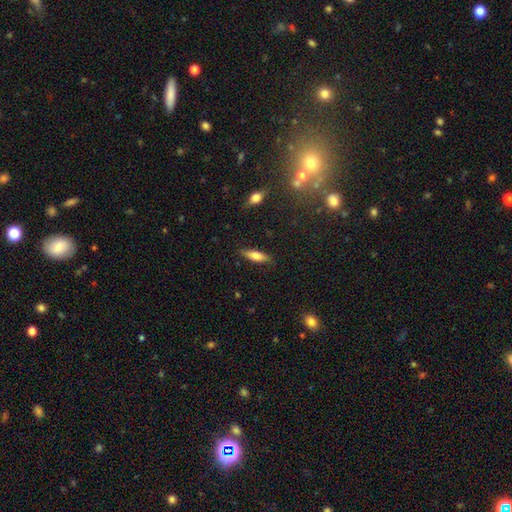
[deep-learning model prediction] smooth-or-featured: smooth: 71% | featured or disk: 22% | star or artifact: 7%
  how-rounded: in between: 53% | cigar-shaped: 45% | round: 2%
  merging: none: 84% | minor disturbance: 12% | major disturbance: 3% | merger: 1%